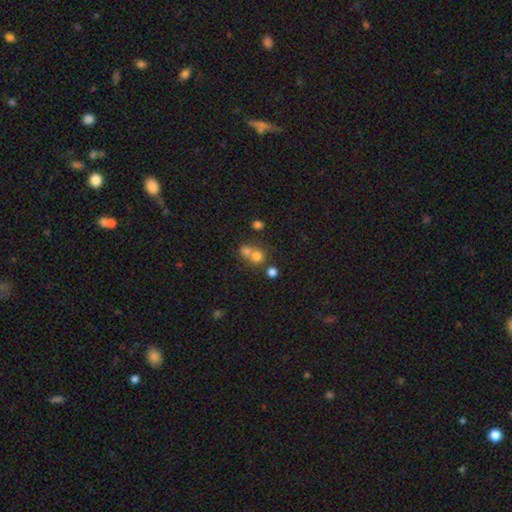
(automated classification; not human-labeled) smooth_or_featured: smooth (p=0.70) [alt: star or artifact p=0.16]
how_rounded: round (p=0.83) [alt: in between p=0.16]
merging: merger (p=0.55) [alt: none p=0.37]